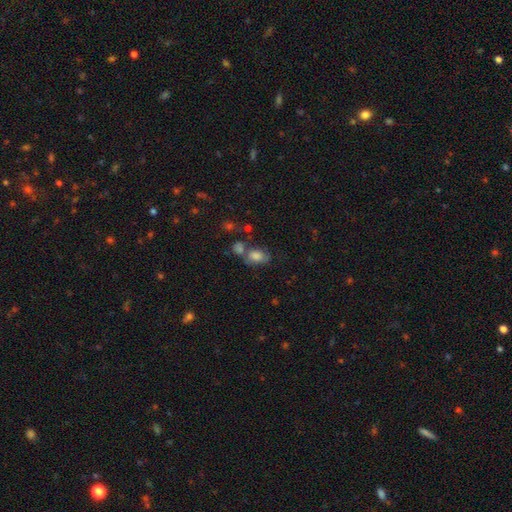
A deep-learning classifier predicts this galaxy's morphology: smooth 70%, featured or disk 16%, star or artifact 14%. Down the decision tree: how rounded — in between (78%); merging — none (45%).